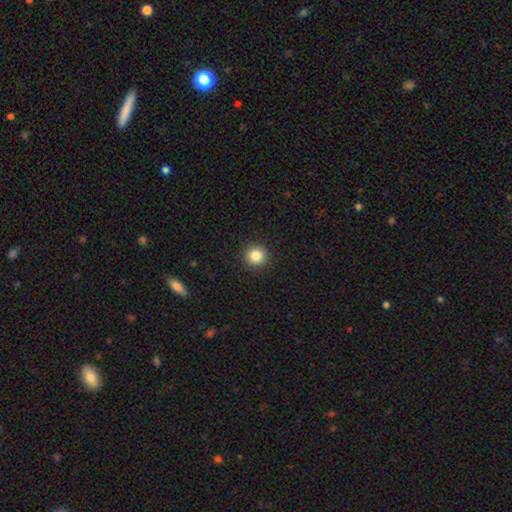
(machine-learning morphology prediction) A smooth galaxy with no disk features (84%) that is round (95%).

Vote fractions:
- Smooth or featured? smooth: 84% / star or artifact: 11% / featured or disk: 5%
- How rounded? round: 95% / in between: 4% / cigar-shaped: 1%
- Merging? none: 93% / minor disturbance: 5% / major disturbance: 2% / merger: 1%